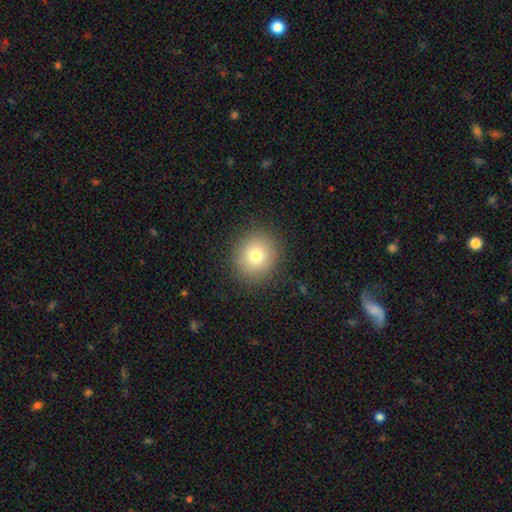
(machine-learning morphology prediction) Q: Smooth or featured?
A: smooth (78%); runner-up: star or artifact (12%)
Q: How rounded?
A: round (88%); runner-up: in between (11%)
Q: Merging?
A: none (89%); runner-up: minor disturbance (7%)